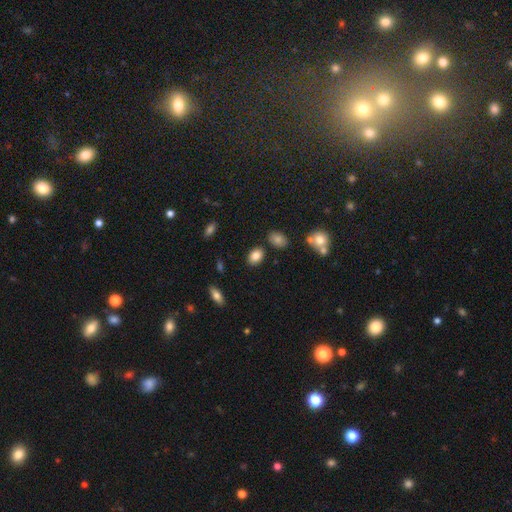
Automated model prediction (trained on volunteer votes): This is clearly a smooth galaxy (84%). How rounded: clearly in between (84%). Merging: clearly none (83%).